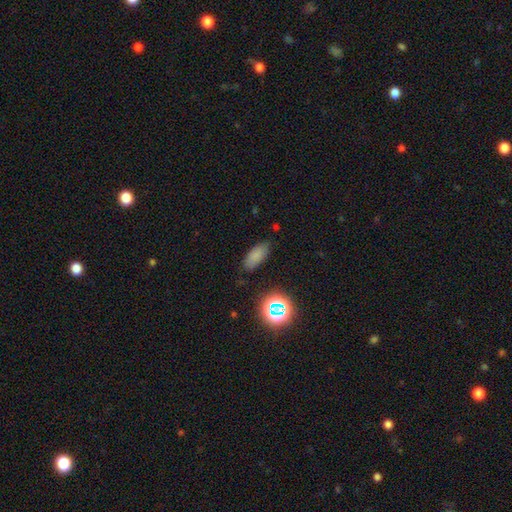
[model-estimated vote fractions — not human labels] Q: Smooth or featured?
A: smooth (78%); runner-up: star or artifact (15%)
Q: How rounded?
A: in between (81%); runner-up: cigar-shaped (15%)
Q: Merging?
A: none (79%); runner-up: minor disturbance (15%)